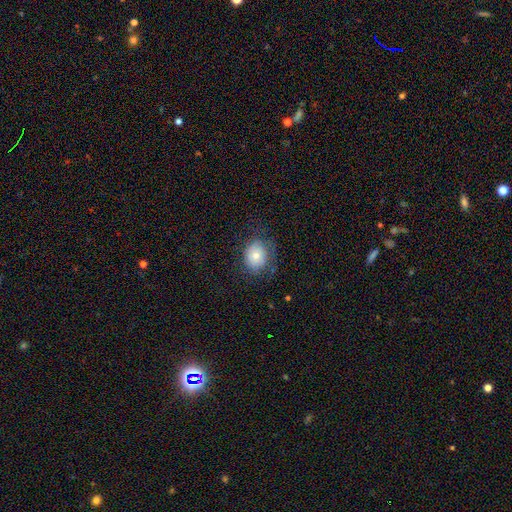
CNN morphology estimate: The model was most divided on "how rounded": round: 53%, in between: 46%, cigar-shaped: 1%. More confident: smooth or featured — smooth (73%); merging — none (67%).